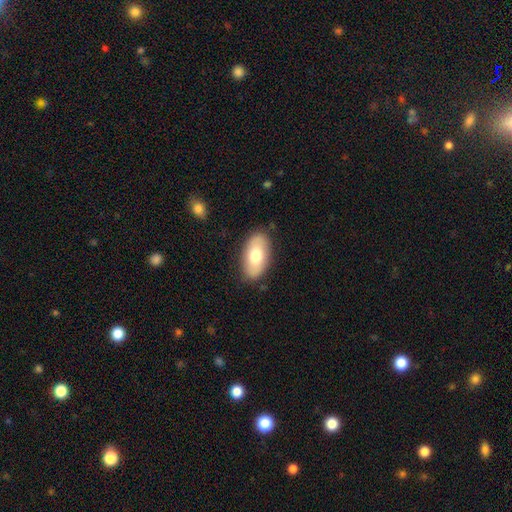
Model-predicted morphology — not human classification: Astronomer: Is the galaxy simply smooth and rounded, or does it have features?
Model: smooth — 70%.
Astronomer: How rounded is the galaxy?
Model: in between — 94%.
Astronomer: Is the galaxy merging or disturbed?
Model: none — 84%.